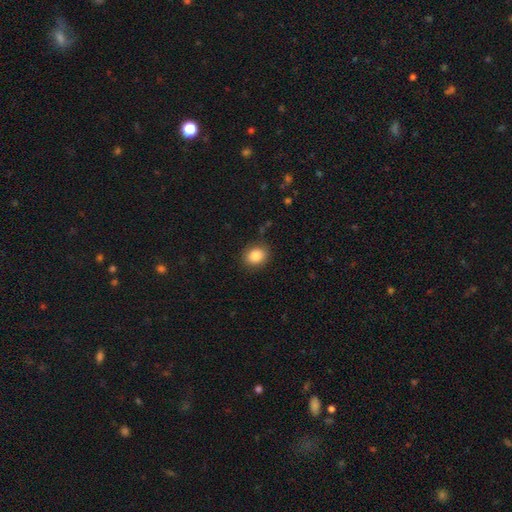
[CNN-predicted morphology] smooth-or-featured: smooth: 85% | star or artifact: 9% | featured or disk: 5%
  how-rounded: round: 59% | in between: 40% | cigar-shaped: 1%
  merging: none: 86% | minor disturbance: 10% | major disturbance: 3% | merger: 1%